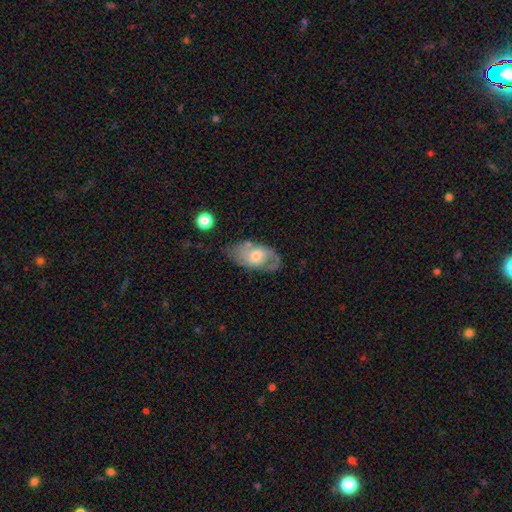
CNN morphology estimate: A featured or disk galaxy (61%) with no bar (66%), spiral arms (78%) and a moderate central bulge (57%). Merging: none (58%).